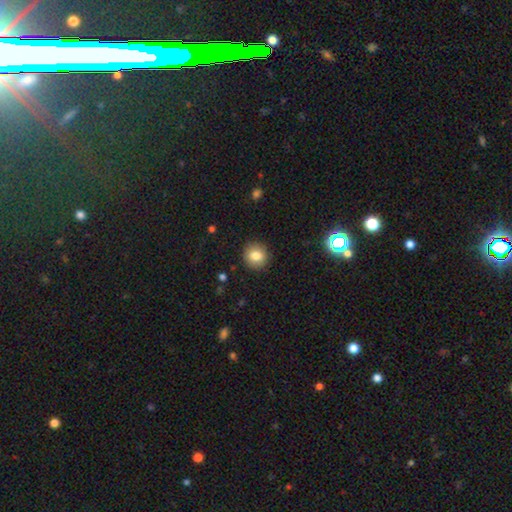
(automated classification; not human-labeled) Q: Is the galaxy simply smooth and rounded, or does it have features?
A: smooth — 81%.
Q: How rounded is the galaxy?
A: round — 86%.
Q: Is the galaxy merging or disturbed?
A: none — 90%.